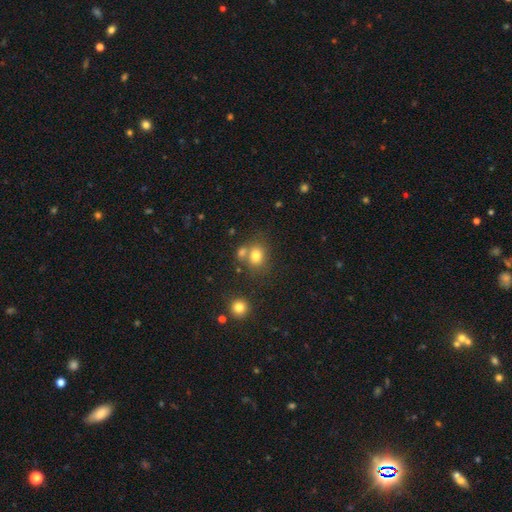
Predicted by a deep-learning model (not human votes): Morphology: type=smooth (78%); roundness=round (59%); merging=none (55%).